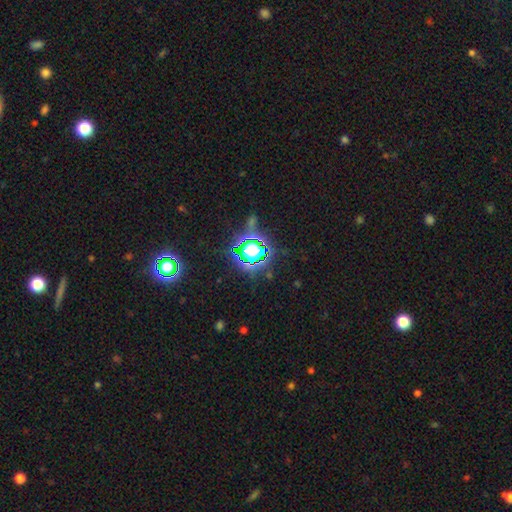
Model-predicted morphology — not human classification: smooth-or-featured: star or artifact: 68% | smooth: 21% | featured or disk: 11%